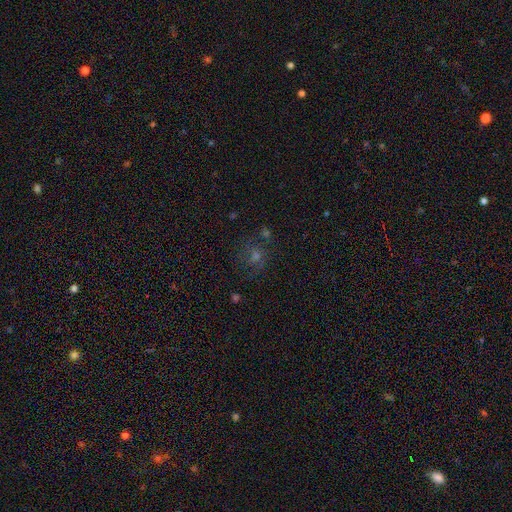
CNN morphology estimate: The model was most divided on "smooth or featured": star or artifact: 40%, smooth: 36%, featured or disk: 24%.